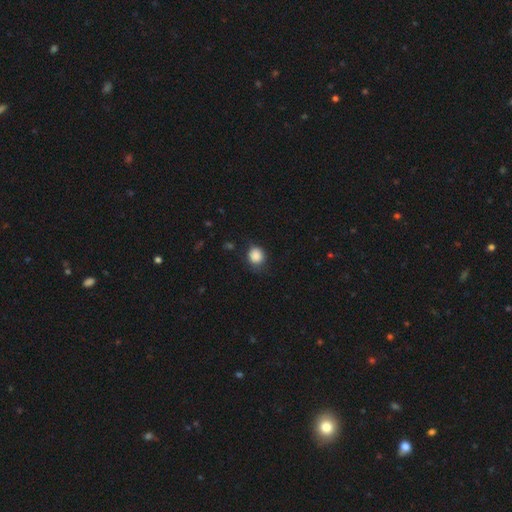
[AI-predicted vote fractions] A smooth galaxy with no disk features (87%) that is round (75%).

Vote fractions:
- Smooth or featured? smooth: 87% / star or artifact: 9% / featured or disk: 4%
- How rounded? round: 75% / in between: 24% / cigar-shaped: 1%
- Merging? none: 72% / minor disturbance: 22% / major disturbance: 5% / merger: 1%